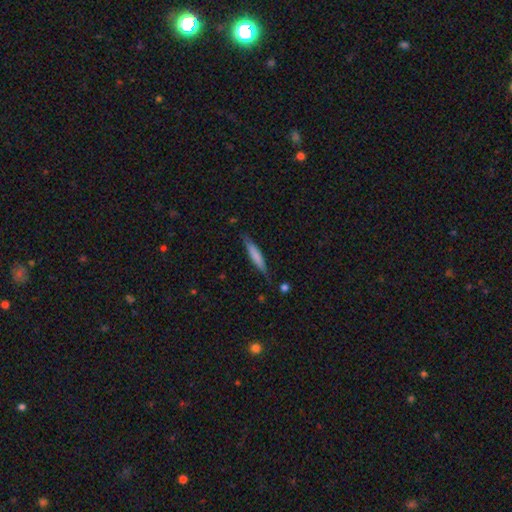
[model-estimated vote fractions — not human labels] smooth_or_featured: smooth (p=0.67) [alt: featured or disk p=0.27]
how_rounded: cigar-shaped (p=0.89) [alt: in between p=0.09]
merging: none (p=0.78) [alt: minor disturbance p=0.17]